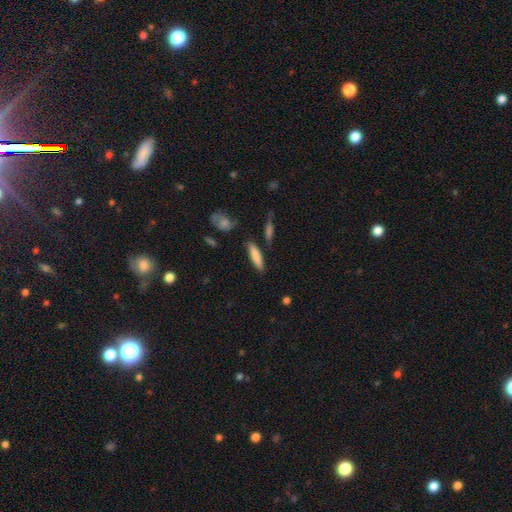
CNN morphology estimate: This is likely a smooth galaxy (80%). How rounded: likely cigar-shaped (74%). Merging: clearly none (82%).